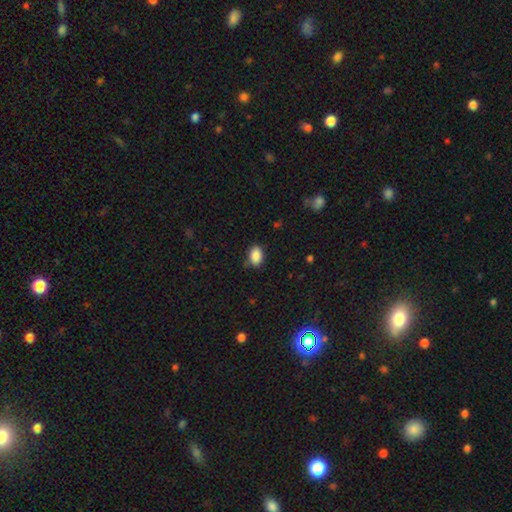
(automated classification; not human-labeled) Smooth or featured? smooth (88%)
How rounded? in between (86%)
Merging? none (81%)